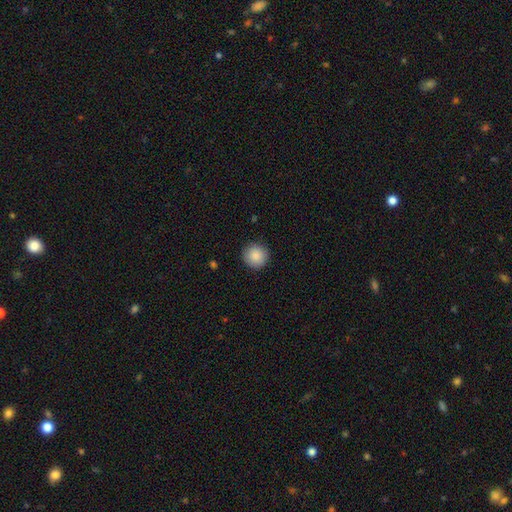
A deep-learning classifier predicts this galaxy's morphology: Smooth or featured? smooth (88%)
How rounded? round (95%)
Merging? none (91%)